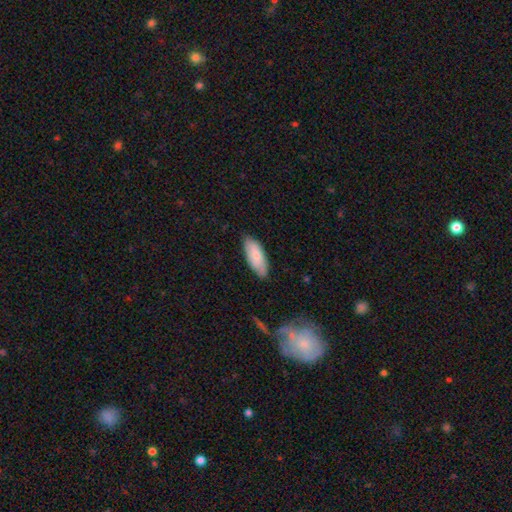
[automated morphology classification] Smooth or featured? Predicted: smooth (p=0.77). How rounded? Predicted: in between (p=0.79). Merging? Predicted: none (p=0.74).